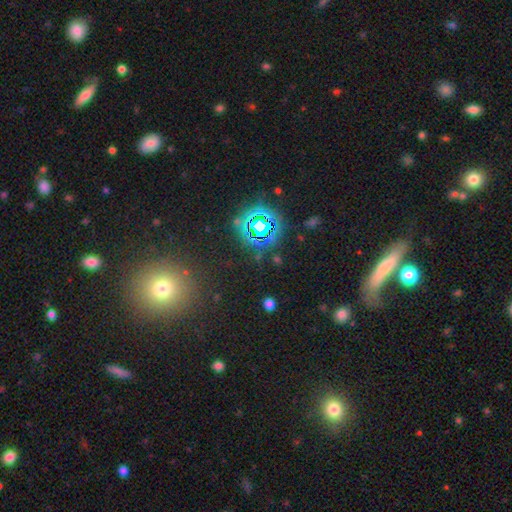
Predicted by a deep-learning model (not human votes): smooth_or_featured: smooth (p=0.44) [alt: star or artifact p=0.40]
merging: none (p=0.88) [alt: minor disturbance p=0.07]